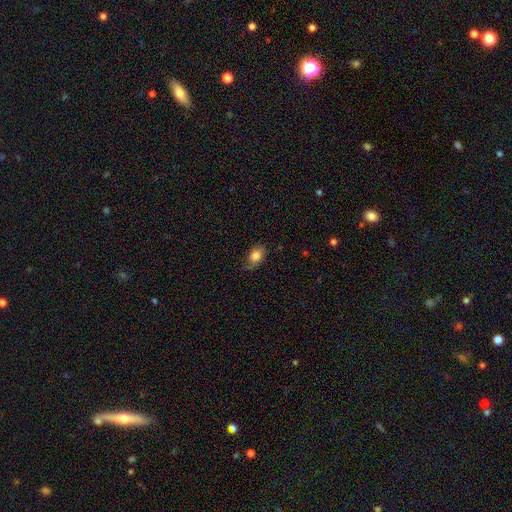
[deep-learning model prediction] Smooth or featured?
  - smooth: 80% *
  - featured or disk: 12%
  - star or artifact: 8%
How rounded?
  - in between: 78% *
  - round: 20%
  - cigar-shaped: 2%
Merging?
  - none: 63% *
  - minor disturbance: 27%
  - major disturbance: 8%
  - merger: 1%